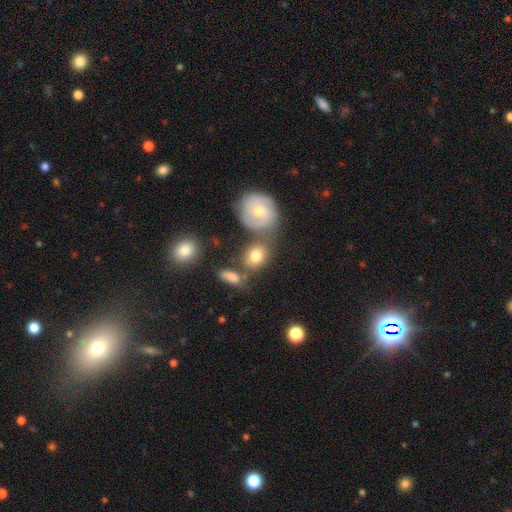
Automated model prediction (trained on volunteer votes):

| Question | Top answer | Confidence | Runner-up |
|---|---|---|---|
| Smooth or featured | smooth | 72% | featured or disk (19%) |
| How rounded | round | 50% | in between (48%) |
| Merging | none | 52% | merger (27%) |